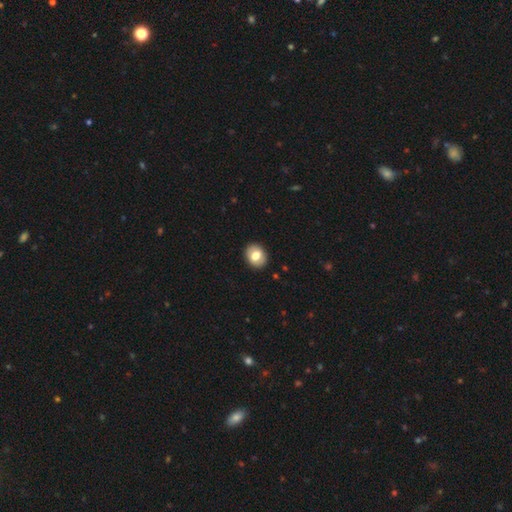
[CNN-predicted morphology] smooth 76%, featured or disk 16%, star or artifact 7%. Down the decision tree: how rounded — round (50%); merging — none (90%).